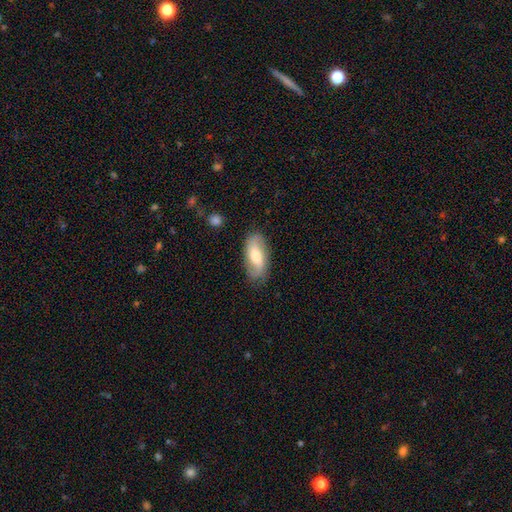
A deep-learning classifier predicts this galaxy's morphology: Q: Smooth or featured?
A: featured or disk (52%); runner-up: smooth (42%)
Q: Edge-on disk?
A: no (91%); runner-up: yes (9%)
Q: Merging?
A: none (79%); runner-up: minor disturbance (15%)